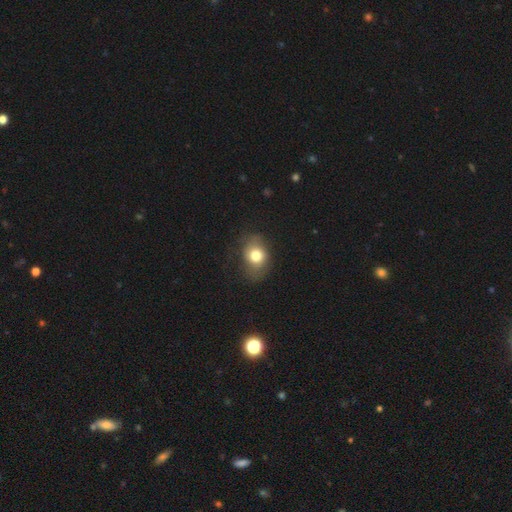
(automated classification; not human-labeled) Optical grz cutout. It shows a smooth galaxy with no disk features (75%) that is in between round and cigar-shaped (58%). Merging: none (65%).